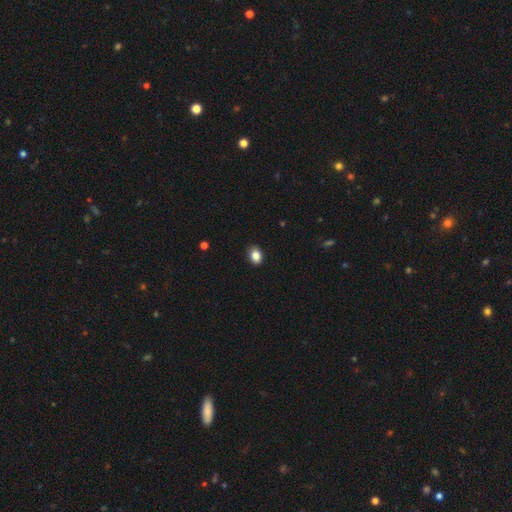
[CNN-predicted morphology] A smooth galaxy with no disk features (86%) that is in between round and cigar-shaped (72%). Merging: none (89%).